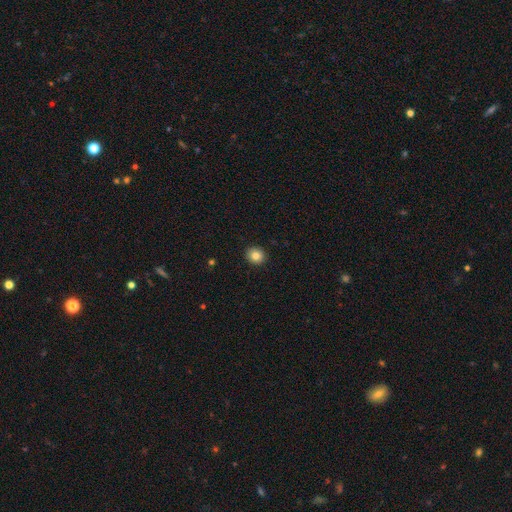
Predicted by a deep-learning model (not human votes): This appears to be a smooth galaxy with no disk features (84%) that is round (82%). Merging: none (92%).